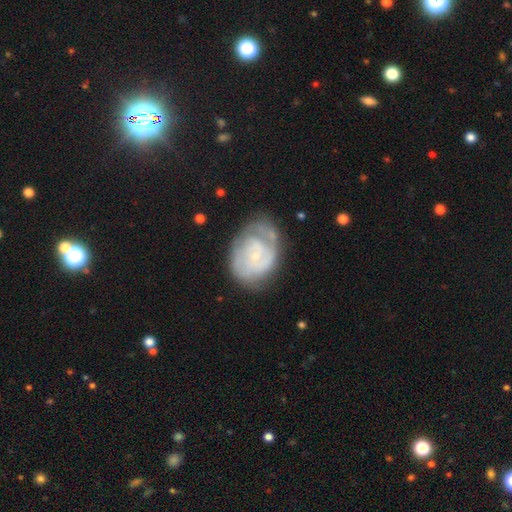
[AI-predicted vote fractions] Smooth or featured: featured or disk — 70% (smooth — 23%)
Edge-on disk: no — 97% (yes — 3%)
Bar: no — 75% (weak — 22%)
Spiral arms: yes — 77% (no — 23%)
Spiral winding: tight — 59% (medium — 30%)
Spiral arm count: can't tell — 47% (2 — 28%)
Bulge size: small — 77% (moderate — 16%)
Merging: none — 52% (minor disturbance — 27%)